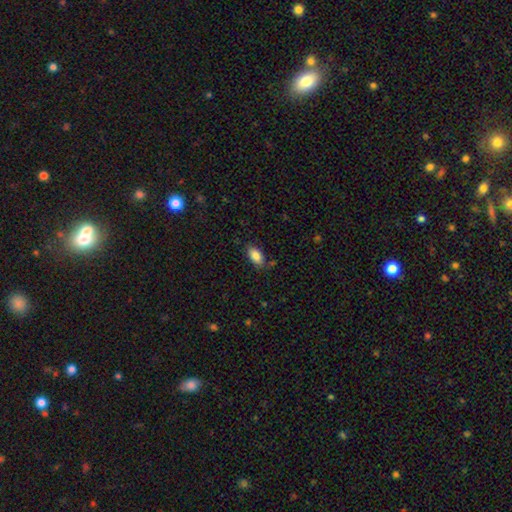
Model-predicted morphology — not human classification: smooth-or-featured: smooth: 86% | star or artifact: 7% | featured or disk: 6%
  how-rounded: in between: 93% | round: 4% | cigar-shaped: 3%
  merging: none: 80% | minor disturbance: 14% | major disturbance: 3% | merger: 3%